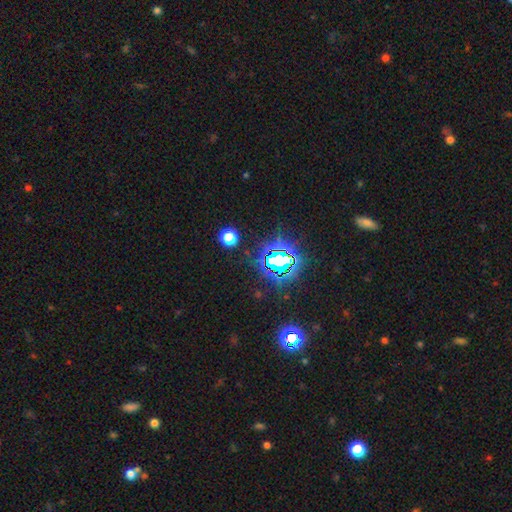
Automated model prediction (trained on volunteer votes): A star or artifact, not a galaxy (80%).